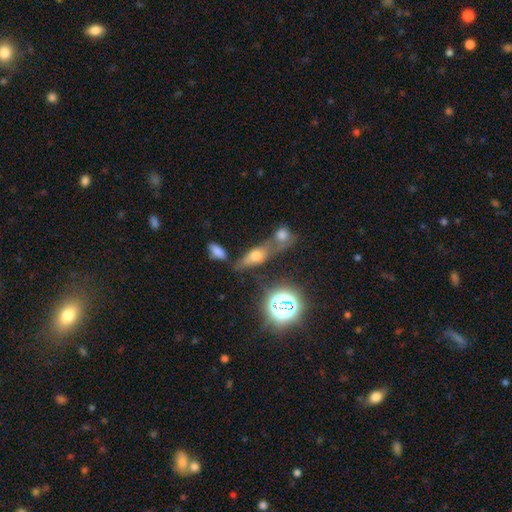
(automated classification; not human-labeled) Smooth or featured? smooth (47%)
Merging? none (47%)